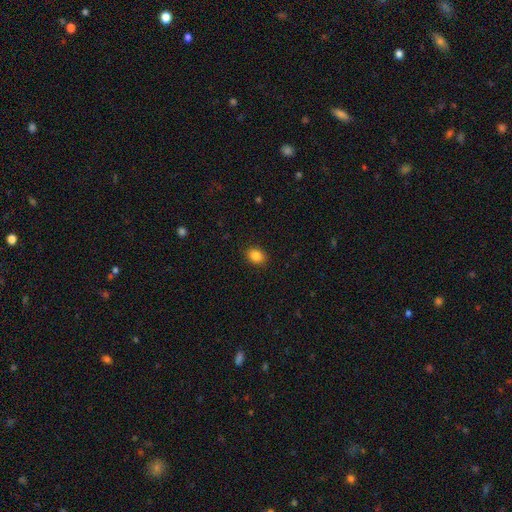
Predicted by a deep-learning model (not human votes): Smooth or featured?
  - smooth: 86% *
  - star or artifact: 10%
  - featured or disk: 4%
How rounded?
  - in between: 54% *
  - round: 45%
  - cigar-shaped: 1%
Merging?
  - none: 89% *
  - minor disturbance: 8%
  - major disturbance: 2%
  - merger: 1%